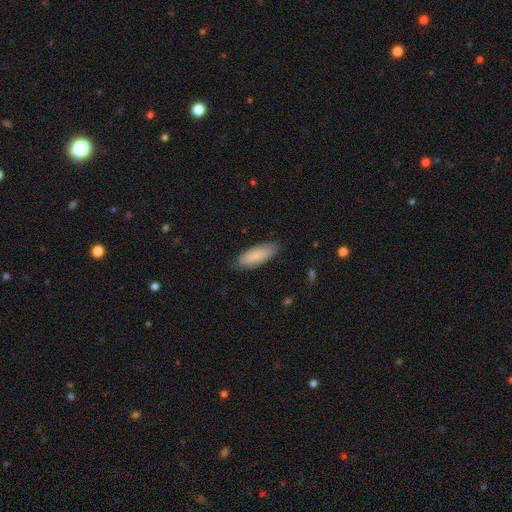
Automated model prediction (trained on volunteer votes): This appears to be a smooth galaxy with no disk features (83%) that is in between round and cigar-shaped (73%). Merging: none (81%).